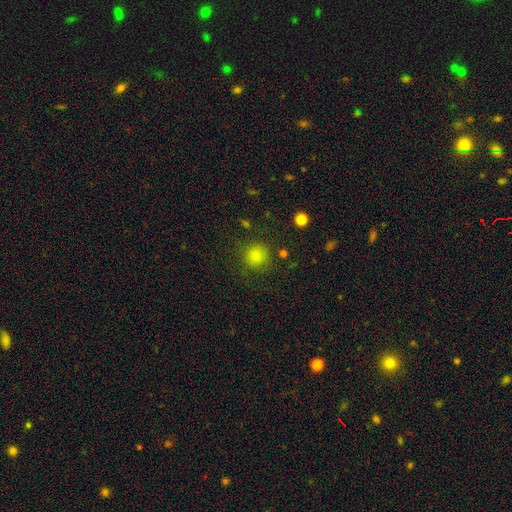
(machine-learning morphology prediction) Overall: smooth (79%). How rounded: round (92%). Merging: none (84%).